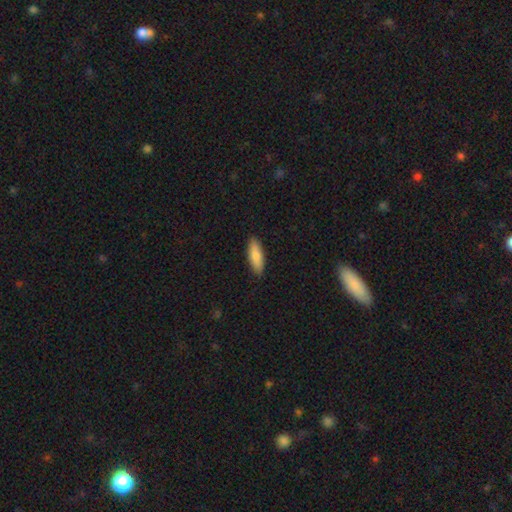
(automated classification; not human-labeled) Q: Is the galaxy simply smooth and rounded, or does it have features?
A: smooth — 85%.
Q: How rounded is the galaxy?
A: in between — 55%.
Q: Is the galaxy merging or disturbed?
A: none — 89%.